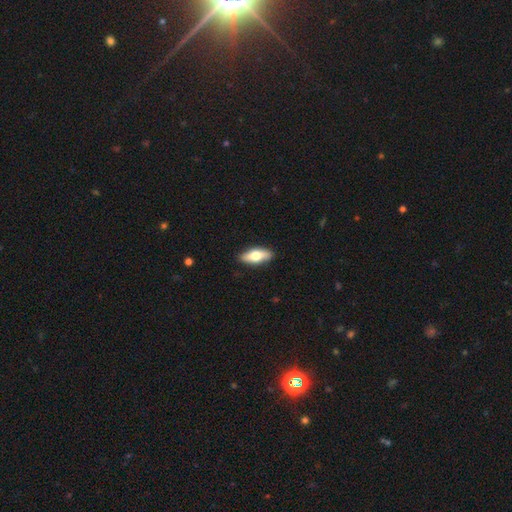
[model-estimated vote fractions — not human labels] Morphology: type=smooth (66%); roundness=in between (76%); merging=none (88%).